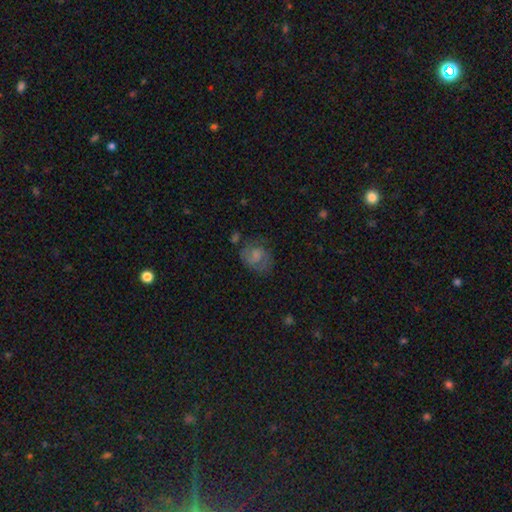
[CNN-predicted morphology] Smooth or featured?
  - smooth: 46% *
  - featured or disk: 43%
  - star or artifact: 11%
Merging?
  - none: 57% *
  - minor disturbance: 23%
  - major disturbance: 16%
  - merger: 4%